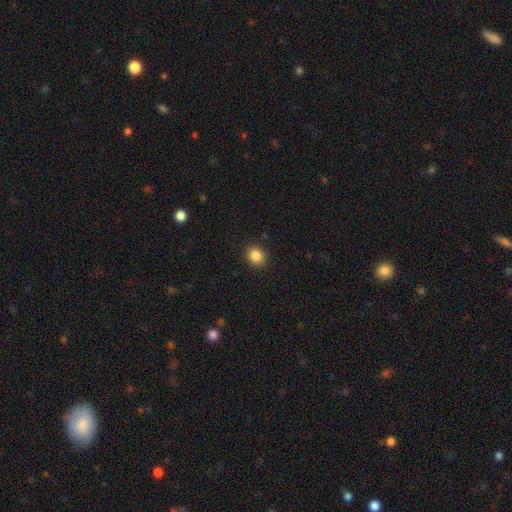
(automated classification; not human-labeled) A smooth galaxy with no disk features (86%) that is round (70%).

Vote fractions:
- Smooth or featured? smooth: 86% / star or artifact: 10% / featured or disk: 4%
- How rounded? round: 70% / in between: 29% / cigar-shaped: 1%
- Merging? none: 90% / minor disturbance: 7% / major disturbance: 2% / merger: 1%